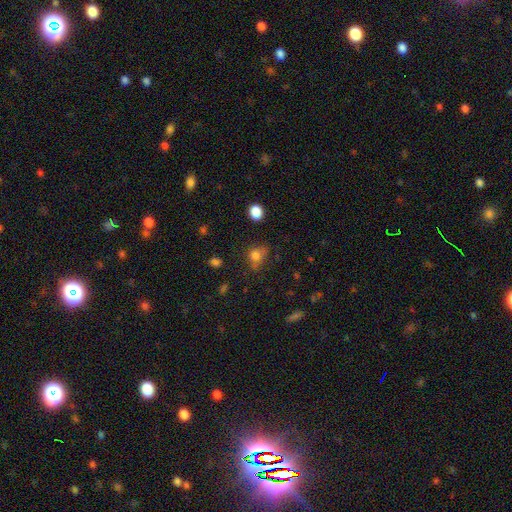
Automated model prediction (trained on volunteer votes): smooth_or_featured: smooth (p=0.78) [alt: star or artifact p=0.14]
how_rounded: round (p=0.58) [alt: in between p=0.40]
merging: none (p=0.54) [alt: minor disturbance p=0.29]